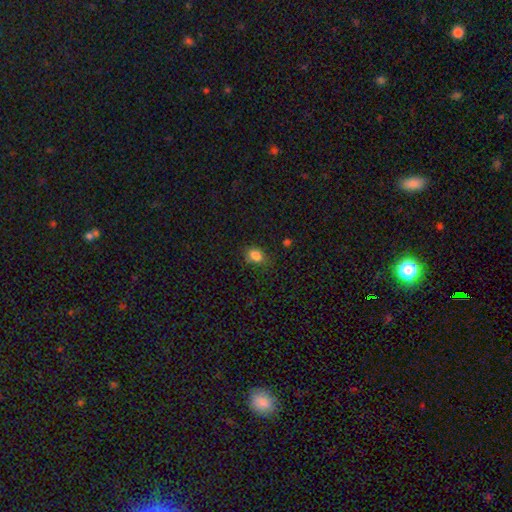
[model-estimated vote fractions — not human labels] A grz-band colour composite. It shows a smooth galaxy with no disk features (82%) that is in between round and cigar-shaped (68%). Merging: none (72%).